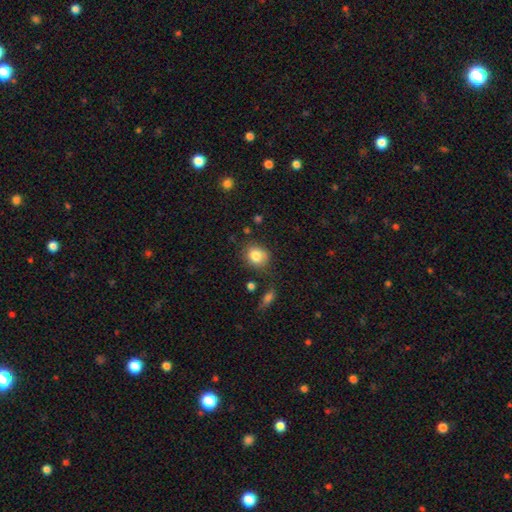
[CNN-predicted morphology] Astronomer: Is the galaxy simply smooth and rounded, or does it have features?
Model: smooth — 83%.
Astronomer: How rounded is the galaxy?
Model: round — 65%.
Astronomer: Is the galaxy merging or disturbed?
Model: none — 73%.